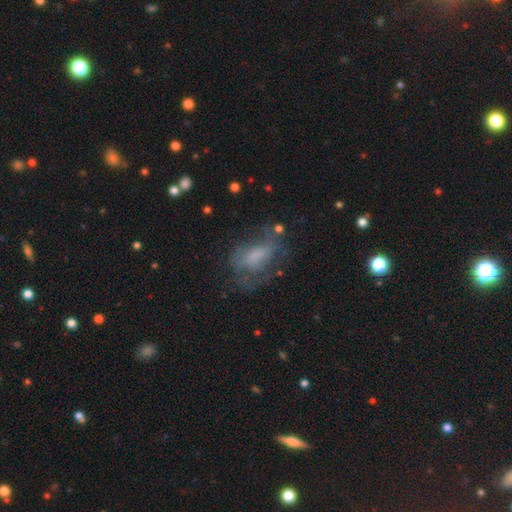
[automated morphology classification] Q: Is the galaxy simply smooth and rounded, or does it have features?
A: featured or disk — 48%.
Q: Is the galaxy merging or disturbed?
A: none — 47%.